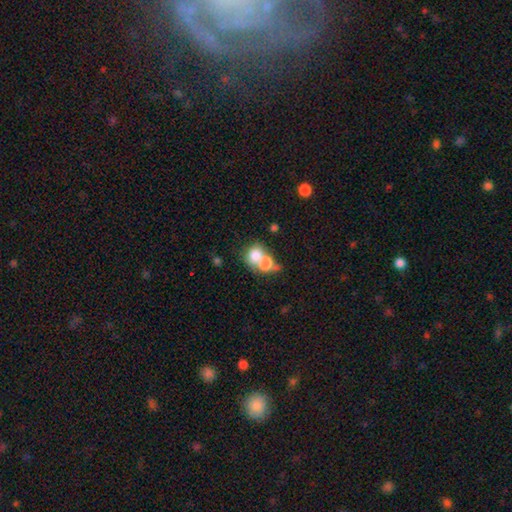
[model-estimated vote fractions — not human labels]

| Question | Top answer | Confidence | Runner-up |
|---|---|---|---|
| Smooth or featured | smooth | 73% | featured or disk (18%) |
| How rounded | round | 57% | in between (42%) |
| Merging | merger | 71% | none (19%) |